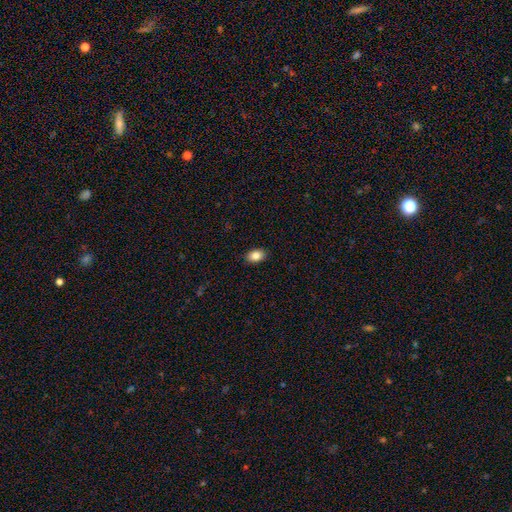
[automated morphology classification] The model was most divided on "how rounded": in between: 85%, round: 14%, cigar-shaped: 1%. More confident: merging — none (89%); smooth or featured — smooth (85%).